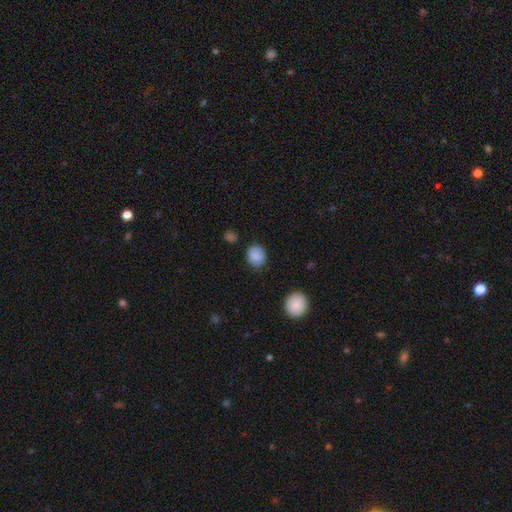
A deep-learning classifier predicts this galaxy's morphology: A smooth galaxy with no disk features (85%) that is round (72%).

Vote fractions:
- Smooth or featured? smooth: 85% / star or artifact: 9% / featured or disk: 6%
- How rounded? round: 72% / in between: 27% / cigar-shaped: 1%
- Merging? none: 78% / minor disturbance: 17% / major disturbance: 4% / merger: 2%